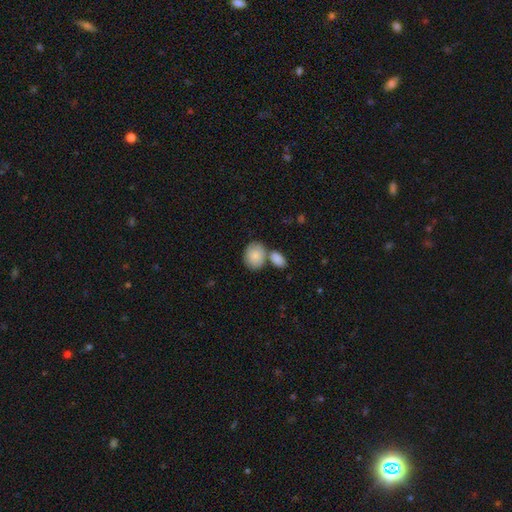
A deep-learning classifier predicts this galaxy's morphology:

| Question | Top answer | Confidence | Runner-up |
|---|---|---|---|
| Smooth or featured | smooth | 82% | featured or disk (12%) |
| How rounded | in between | 63% | round (36%) |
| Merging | none | 46% | merger (36%) |